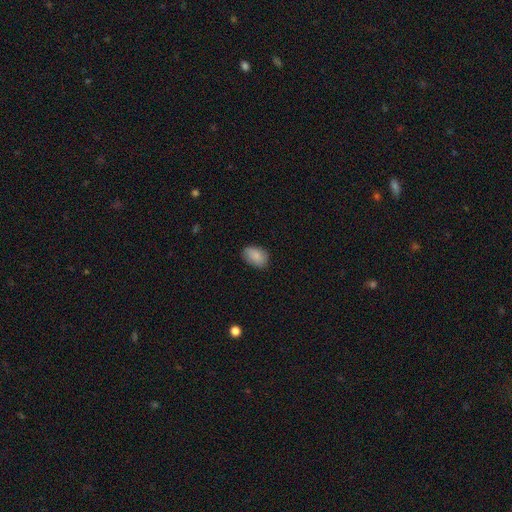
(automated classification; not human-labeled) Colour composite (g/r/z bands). It shows a smooth galaxy with no disk features (87%) that is in between round and cigar-shaped (85%). Merging: none (80%).